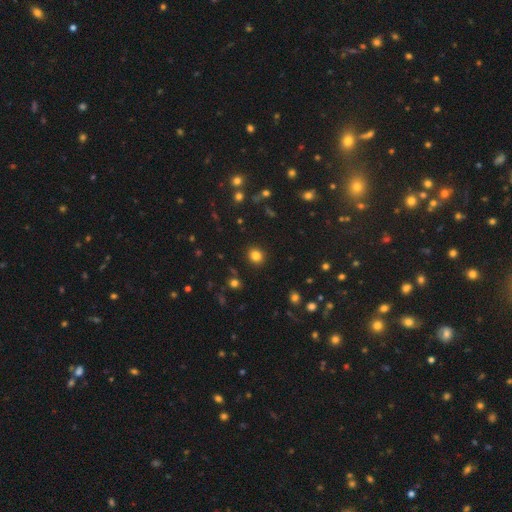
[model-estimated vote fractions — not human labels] Smooth or featured? smooth (82%)
How rounded? round (82%)
Merging? none (91%)